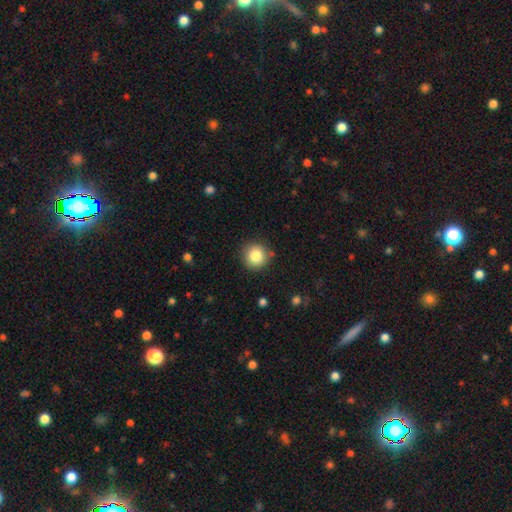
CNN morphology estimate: Smooth or featured?
  - smooth: 83% *
  - star or artifact: 10%
  - featured or disk: 7%
How rounded?
  - round: 93% *
  - in between: 6%
  - cigar-shaped: 1%
Merging?
  - none: 86% *
  - minor disturbance: 10%
  - major disturbance: 2%
  - merger: 2%